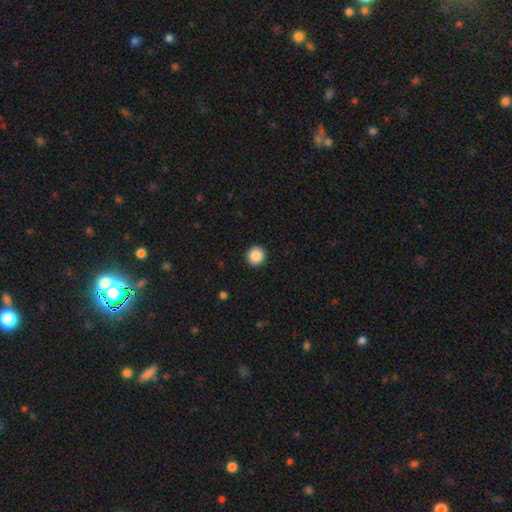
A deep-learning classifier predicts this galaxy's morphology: A smooth galaxy with no disk features (89%) that is round (94%).

Vote fractions:
- Smooth or featured? smooth: 89% / star or artifact: 9% / featured or disk: 3%
- How rounded? round: 94% / in between: 5% / cigar-shaped: 1%
- Merging? none: 93% / minor disturbance: 5% / major disturbance: 2% / merger: 1%